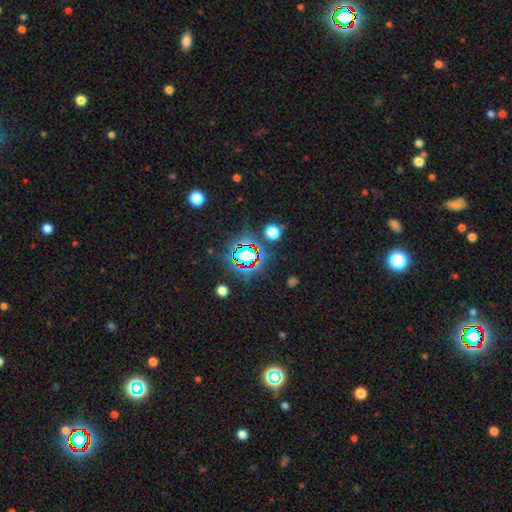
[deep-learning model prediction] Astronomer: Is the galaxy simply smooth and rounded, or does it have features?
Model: star or artifact — 78%.